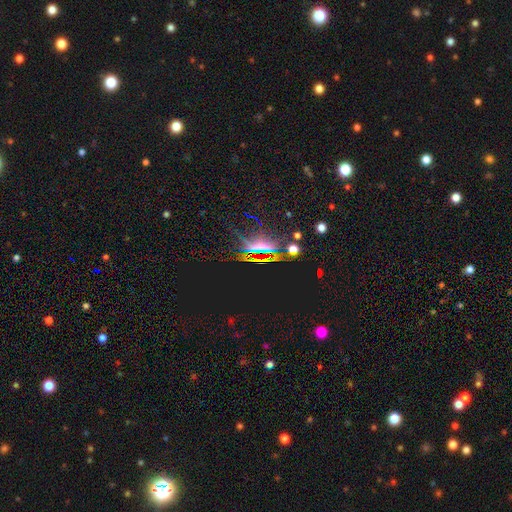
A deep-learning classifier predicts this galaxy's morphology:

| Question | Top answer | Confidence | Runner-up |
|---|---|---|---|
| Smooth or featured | star or artifact | 75% | smooth (13%) |